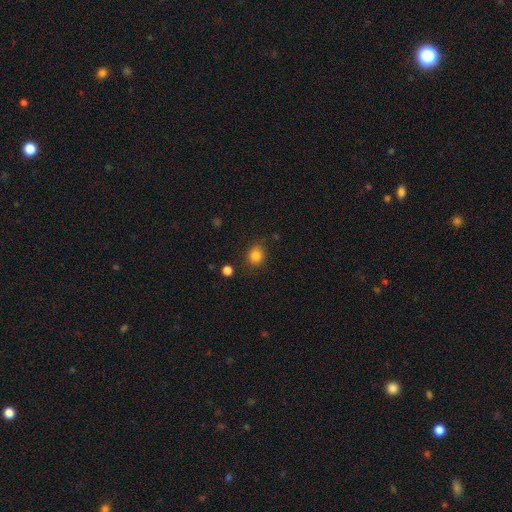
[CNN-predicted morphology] Smooth or featured? smooth (83%)
How rounded? round (61%)
Merging? none (83%)